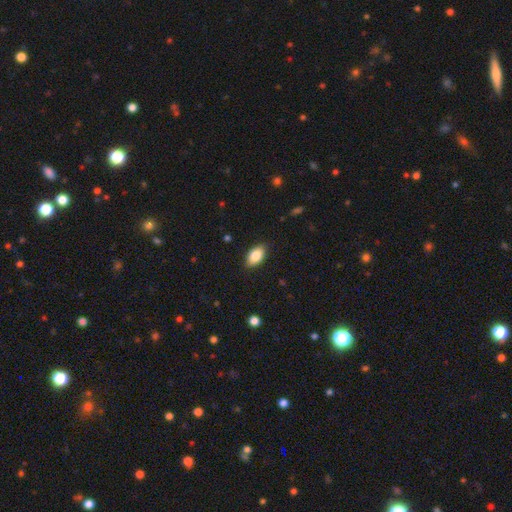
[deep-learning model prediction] Q: Smooth or featured?
A: smooth (86%); runner-up: star or artifact (7%)
Q: How rounded?
A: in between (93%); runner-up: round (5%)
Q: Merging?
A: none (88%); runner-up: minor disturbance (9%)